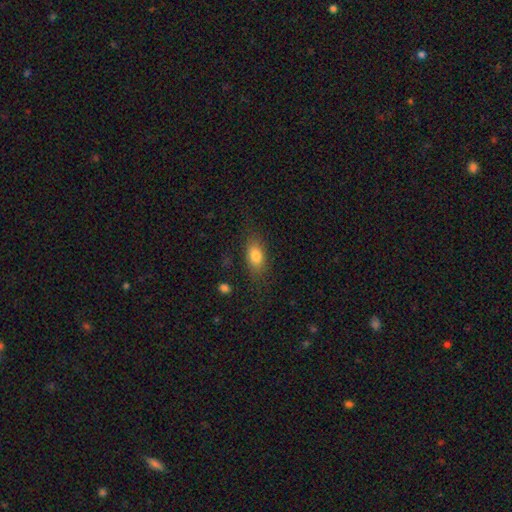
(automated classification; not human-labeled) smooth_or_featured: smooth (p=0.80) [alt: featured or disk p=0.11]
how_rounded: in between (p=0.83) [alt: round p=0.10]
merging: none (p=0.77) [alt: minor disturbance p=0.15]